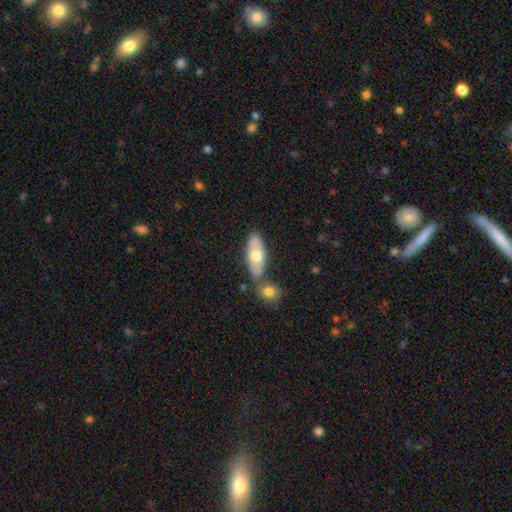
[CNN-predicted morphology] type=smooth (62%); roundness=in between (77%); merging=none (55%).